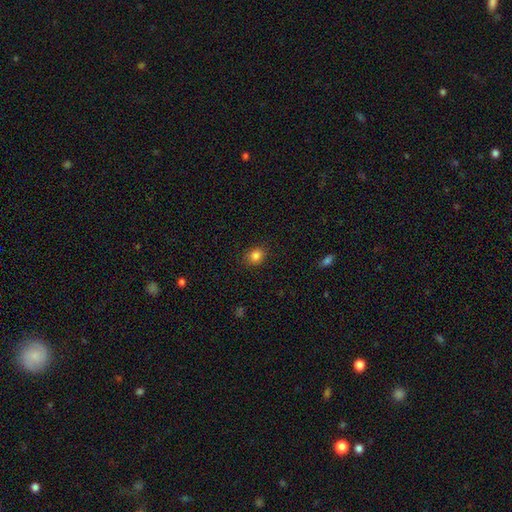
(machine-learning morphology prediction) Smooth or featured? smooth (84%)
How rounded? round (63%)
Merging? none (87%)